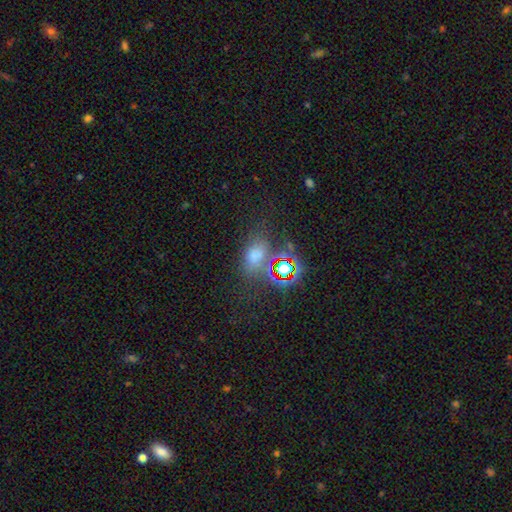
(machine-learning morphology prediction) Smooth or featured?
  - smooth: 51% *
  - star or artifact: 39%
  - featured or disk: 10%
How rounded?
  - in between: 72% *
  - round: 26%
  - cigar-shaped: 2%
Merging?
  - none: 58% *
  - minor disturbance: 18%
  - major disturbance: 12%
  - merger: 12%